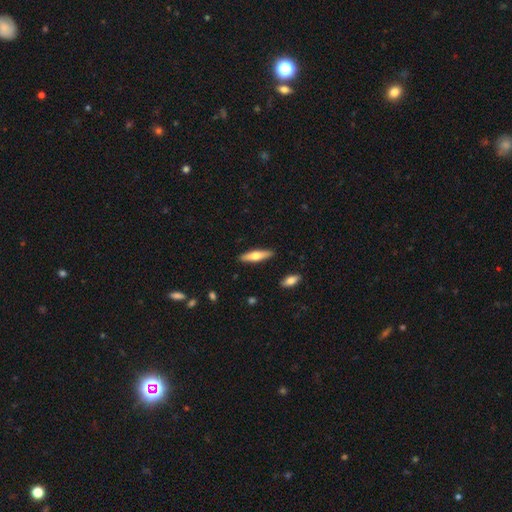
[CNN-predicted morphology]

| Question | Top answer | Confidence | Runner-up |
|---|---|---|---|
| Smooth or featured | smooth | 56% | featured or disk (39%) |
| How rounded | cigar-shaped | 72% | in between (26%) |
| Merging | none | 89% | minor disturbance (7%) |